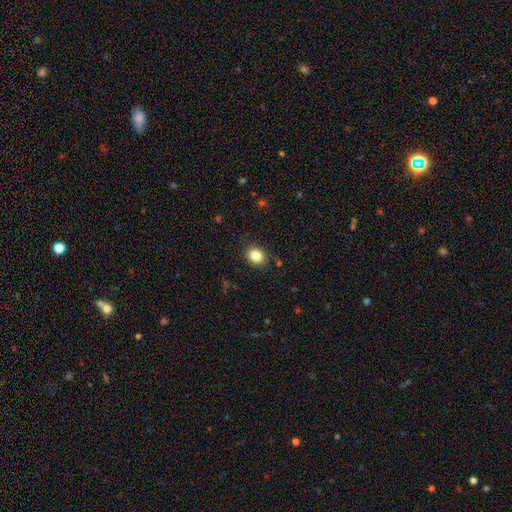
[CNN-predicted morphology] A smooth galaxy with no disk features (83%) that is round (56%). Merging: none (87%).